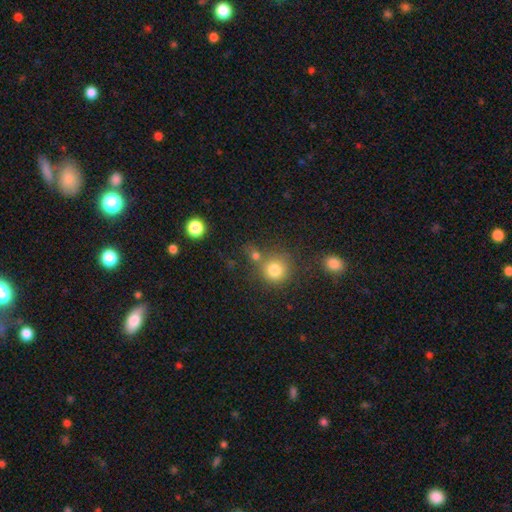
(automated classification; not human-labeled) Smooth or featured? Predicted: smooth (p=0.74). How rounded? Predicted: round (p=0.85). Merging? Predicted: none (p=0.60).